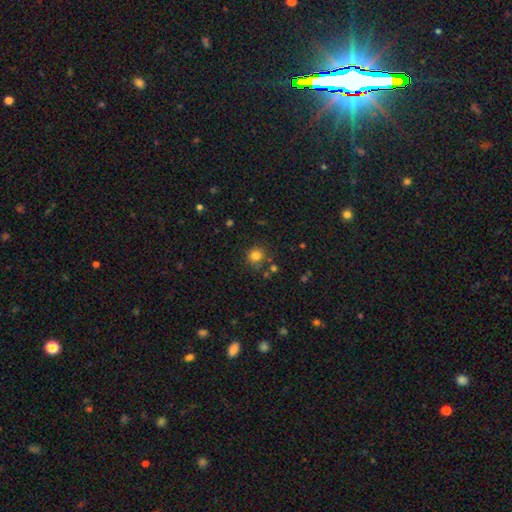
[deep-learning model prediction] smooth 80%, star or artifact 14%, featured or disk 6%. Down the decision tree: how rounded — round (86%); merging — none (79%).